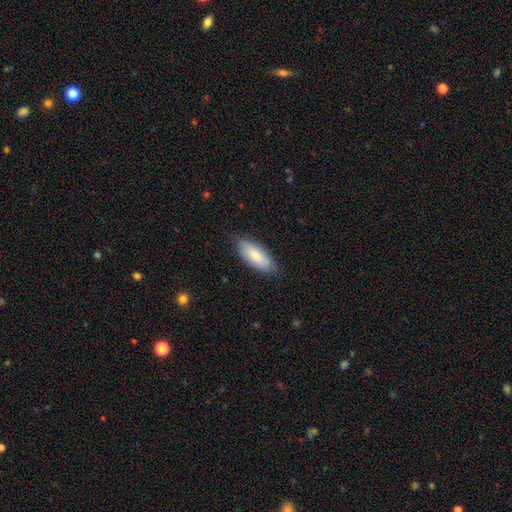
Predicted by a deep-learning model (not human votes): Smooth or featured? smooth (82%)
How rounded? in between (75%)
Merging? none (83%)